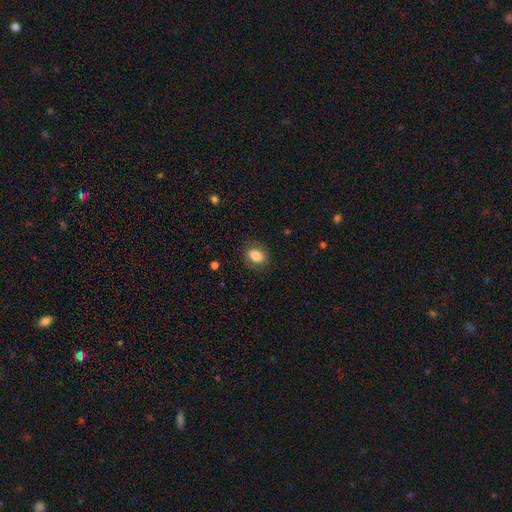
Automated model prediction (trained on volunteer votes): This is likely a smooth galaxy (80%). How rounded: likely in between (75%). Merging: clearly none (84%).